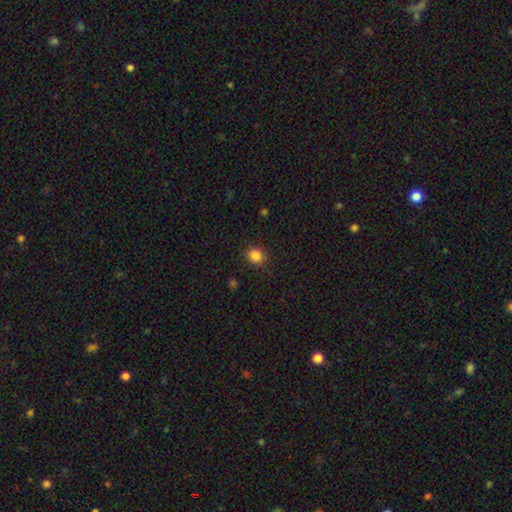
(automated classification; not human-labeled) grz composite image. It shows a smooth galaxy with no disk features (85%) that is round (78%). Merging: none (88%).